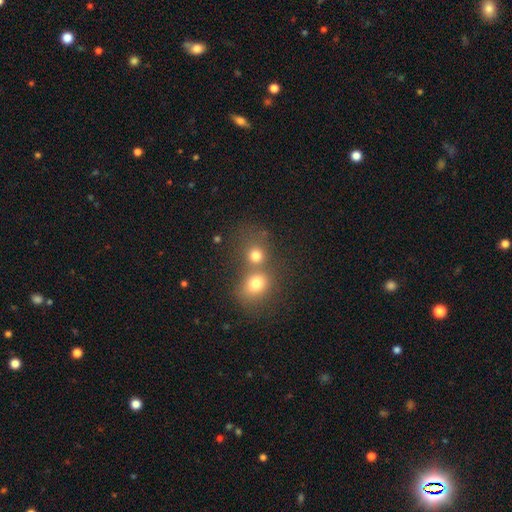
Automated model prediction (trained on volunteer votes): This appears to be a smooth galaxy with no disk features (75%) that is round (77%). Merging: merger (47%).